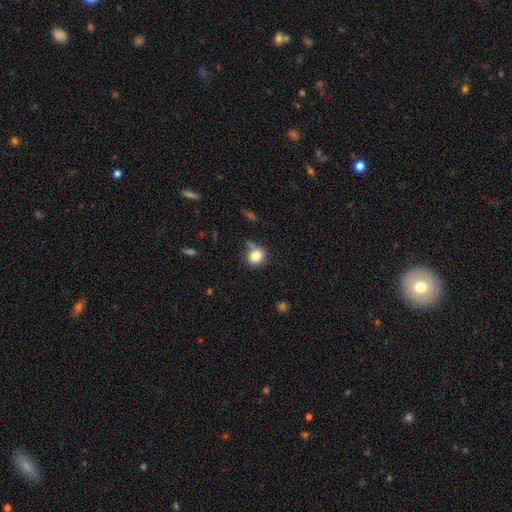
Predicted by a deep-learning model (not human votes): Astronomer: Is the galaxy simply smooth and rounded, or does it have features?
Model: smooth — 81%.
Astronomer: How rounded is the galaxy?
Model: round — 75%.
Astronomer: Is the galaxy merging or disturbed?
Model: none — 62%.